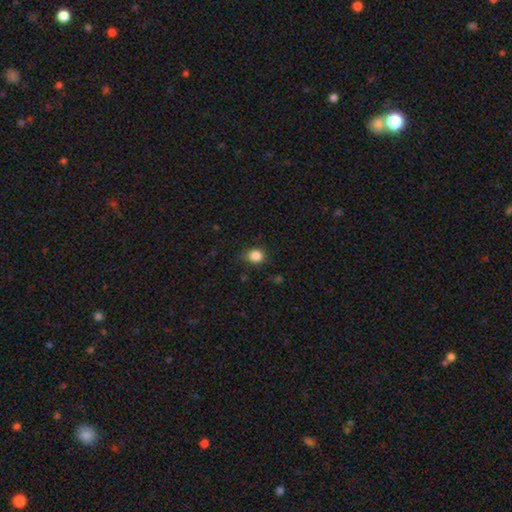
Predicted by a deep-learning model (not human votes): A smooth galaxy with no disk features (85%) that is round (66%). Merging: none (74%).